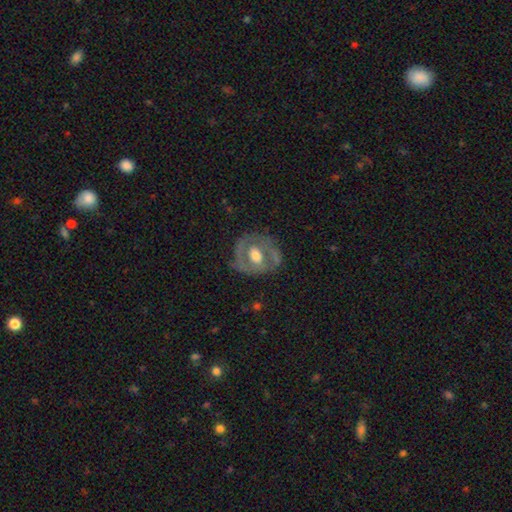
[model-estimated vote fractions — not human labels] This appears to be a featured or disk galaxy (66%) with no bar (55%), no spiral arms (56%) and a moderate central bulge (67%). Merging: none (66%).